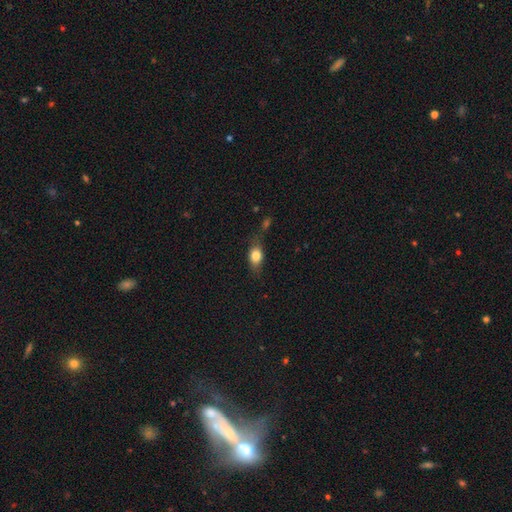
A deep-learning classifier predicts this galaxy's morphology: Overall: smooth (77%). How rounded: in between (71%). Merging: none (58%; minor disturbance 24%).